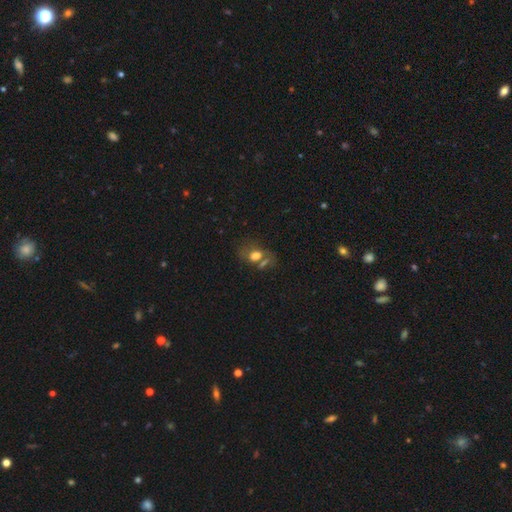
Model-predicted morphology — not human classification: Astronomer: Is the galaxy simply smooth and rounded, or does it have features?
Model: smooth — 62%.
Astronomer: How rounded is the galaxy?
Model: in between — 75%.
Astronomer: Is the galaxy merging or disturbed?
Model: none — 34%, tied with merger at 34%.